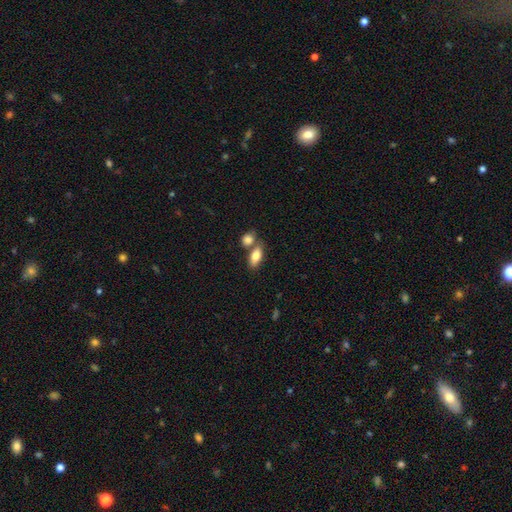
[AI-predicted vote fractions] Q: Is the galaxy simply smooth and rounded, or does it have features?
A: smooth — 81%.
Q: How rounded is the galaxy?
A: in between — 85%.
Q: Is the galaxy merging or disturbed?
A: none — 51%.